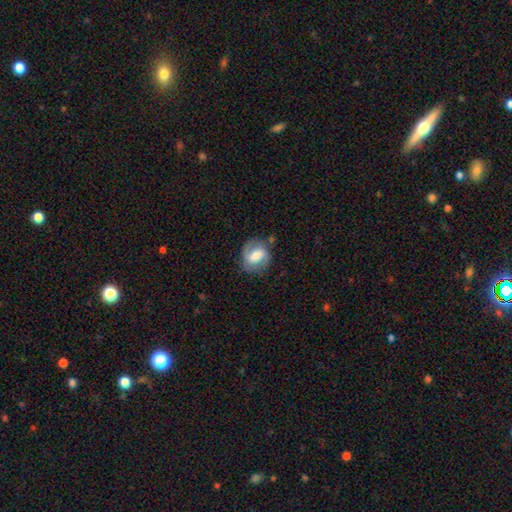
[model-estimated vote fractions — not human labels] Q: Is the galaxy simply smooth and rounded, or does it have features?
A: featured or disk — 54%.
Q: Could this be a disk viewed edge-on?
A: no — 97%.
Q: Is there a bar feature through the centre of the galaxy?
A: weak — 49%.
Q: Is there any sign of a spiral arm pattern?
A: yes — 81%.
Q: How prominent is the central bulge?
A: moderate — 46%.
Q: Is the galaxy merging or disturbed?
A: none — 63%.